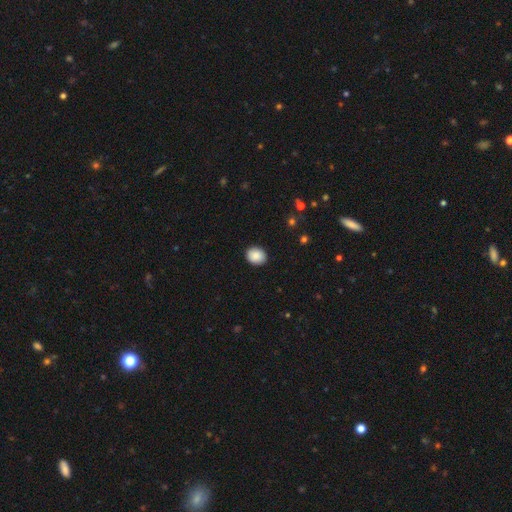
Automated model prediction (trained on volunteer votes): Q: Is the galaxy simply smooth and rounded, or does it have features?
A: smooth — 89%.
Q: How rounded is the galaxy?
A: round — 59%.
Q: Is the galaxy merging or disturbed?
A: none — 91%.